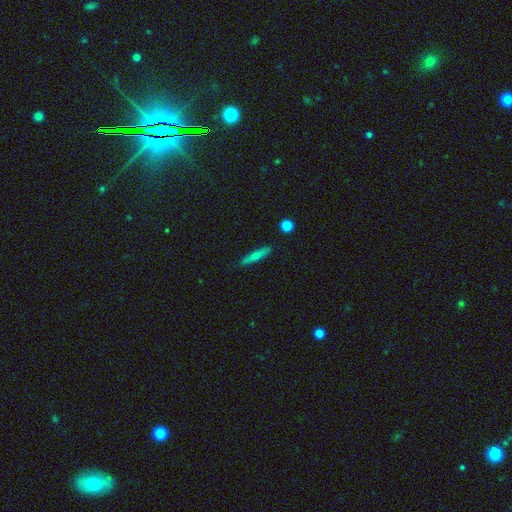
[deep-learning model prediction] The model was most divided on "smooth or featured": featured or disk: 47%, smooth: 46%, star or artifact: 8%. More confident: merging — none (88%).